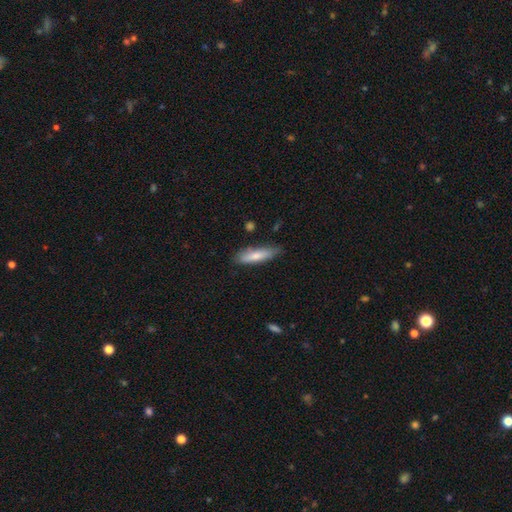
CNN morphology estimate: type=smooth (75%); roundness=cigar-shaped (71%); merging=none (77%).